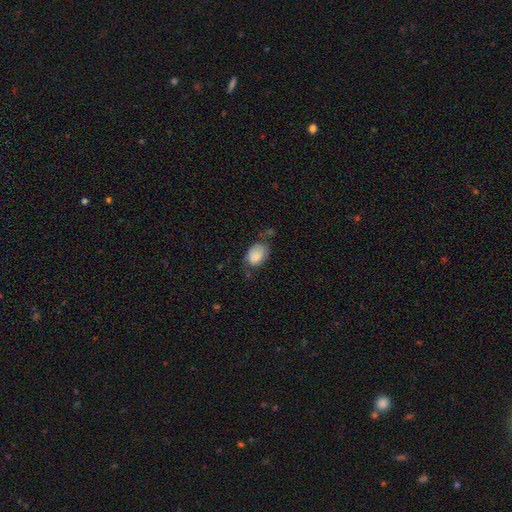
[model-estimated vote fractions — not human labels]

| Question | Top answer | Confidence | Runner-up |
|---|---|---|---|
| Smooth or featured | smooth | 82% | featured or disk (11%) |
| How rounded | in between | 81% | round (18%) |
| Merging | none | 44% | minor disturbance (35%) |